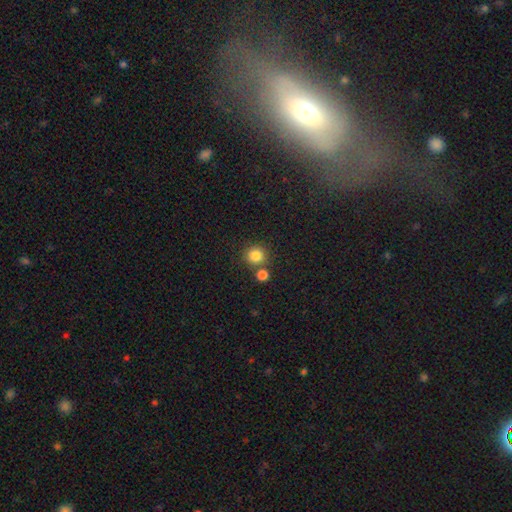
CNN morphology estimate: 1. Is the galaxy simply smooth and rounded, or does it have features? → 83% smooth, 12% star or artifact, 5% featured or disk.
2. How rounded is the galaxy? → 90% round, 9% in between, 1% cigar-shaped.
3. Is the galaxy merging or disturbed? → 74% none, 15% merger, 8% minor disturbance, 3% major disturbance.